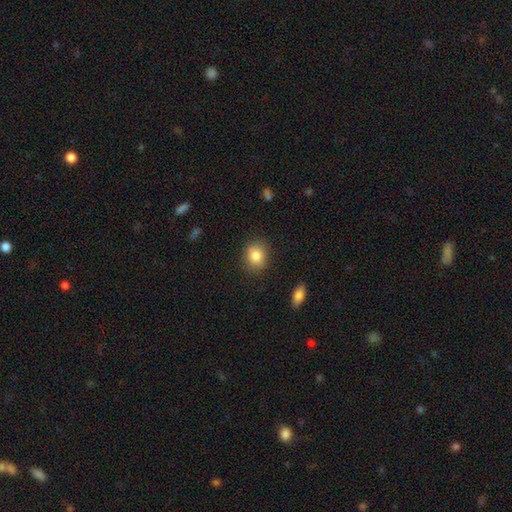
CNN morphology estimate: Smooth or featured? smooth (84%)
How rounded? round (69%)
Merging? none (85%)